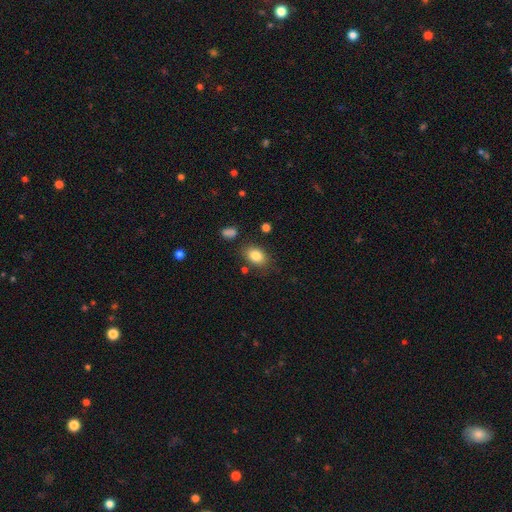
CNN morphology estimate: Smooth or featured? Predicted: smooth (p=0.83). How rounded? Predicted: in between (p=0.79). Merging? Predicted: none (p=0.79).